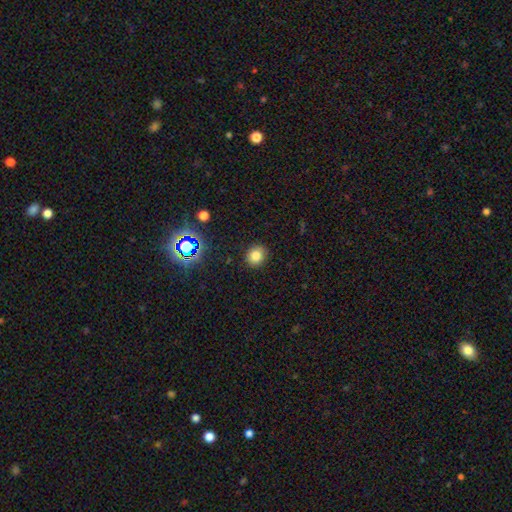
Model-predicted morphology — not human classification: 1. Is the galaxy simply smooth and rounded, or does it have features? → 78% smooth, 16% star or artifact, 6% featured or disk.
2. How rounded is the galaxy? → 75% round, 24% in between, 1% cigar-shaped.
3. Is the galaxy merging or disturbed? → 90% none, 7% minor disturbance, 2% major disturbance, 1% merger.